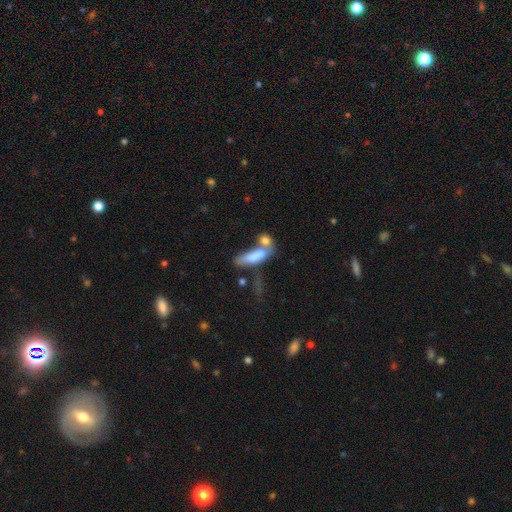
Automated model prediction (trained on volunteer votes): Smooth or featured? smooth (73%)
How rounded? in between (58%)
Merging? merger (54%)